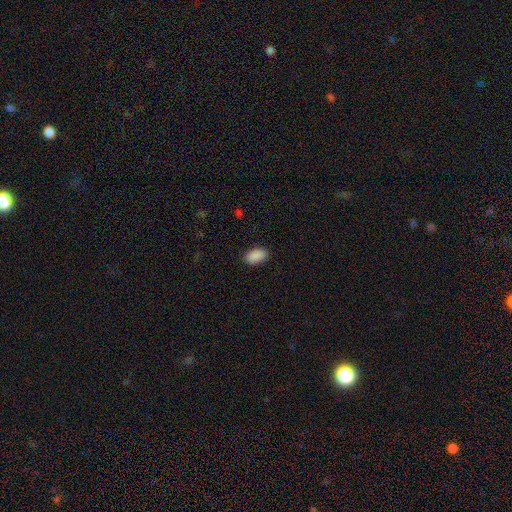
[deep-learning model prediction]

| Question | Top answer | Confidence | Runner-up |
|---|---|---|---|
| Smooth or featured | smooth | 90% | star or artifact (7%) |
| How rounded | in between | 94% | round (4%) |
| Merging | none | 88% | minor disturbance (9%) |